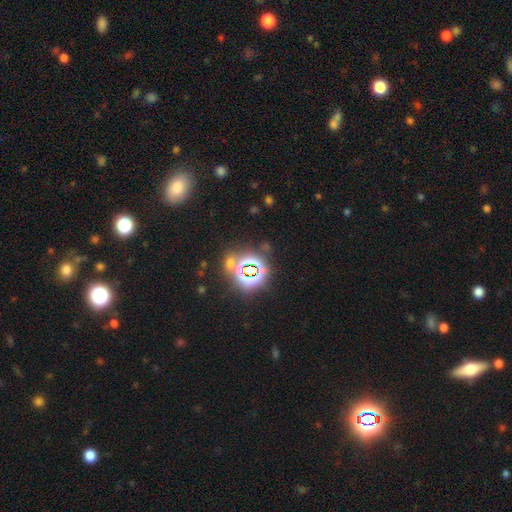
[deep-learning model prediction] smooth_or_featured: star or artifact (p=0.77) [alt: smooth p=0.14]